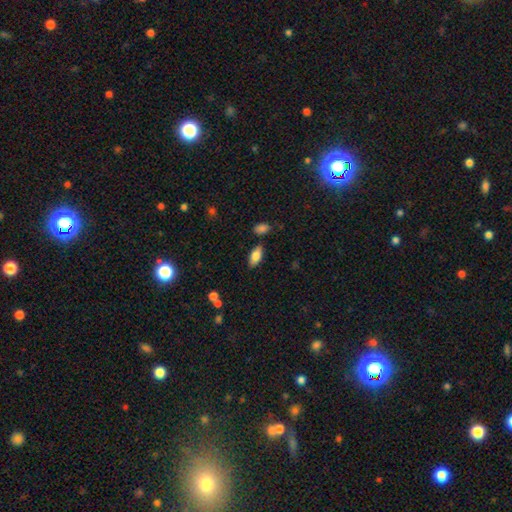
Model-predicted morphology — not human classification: type=smooth (81%); roundness=in between (87%); merging=none (82%).